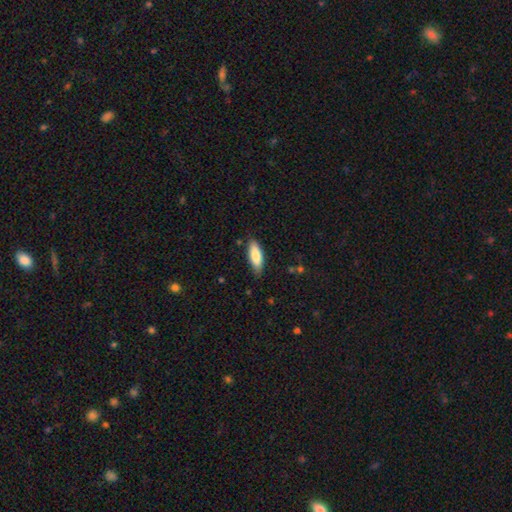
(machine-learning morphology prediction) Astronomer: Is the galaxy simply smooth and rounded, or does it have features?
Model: smooth — 83%.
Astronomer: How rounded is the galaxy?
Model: in between — 63%.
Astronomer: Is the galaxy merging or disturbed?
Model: none — 79%.